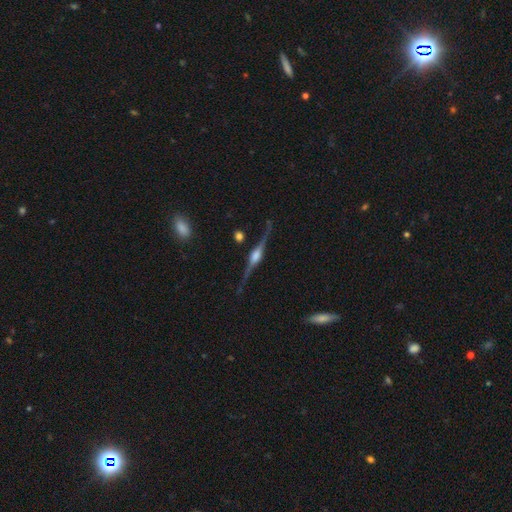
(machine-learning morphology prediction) smooth_or_featured: featured or disk (p=0.88) [alt: smooth p=0.07]
disk_edge_on: yes (p=0.97) [alt: no p=0.03]
edge_on_bulge: rounded (p=0.84) [alt: boxy p=0.13]
merging: none (p=0.85) [alt: minor disturbance p=0.11]